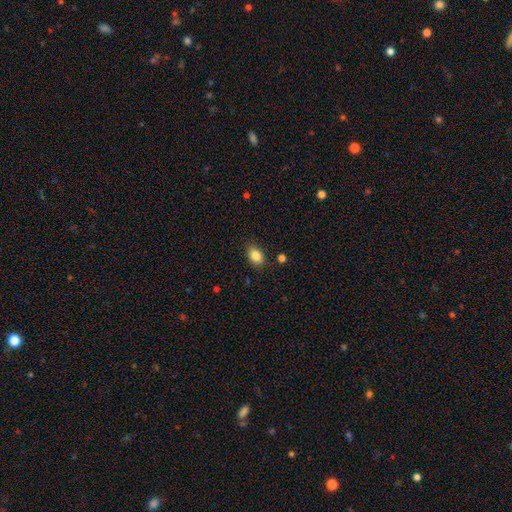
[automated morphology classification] Smooth or featured? Predicted: smooth (p=0.86). How rounded? Predicted: in between (p=0.82). Merging? Predicted: none (p=0.84).